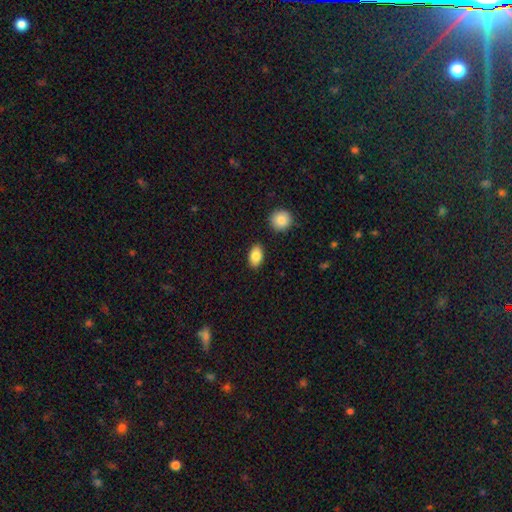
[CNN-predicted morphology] Q: Smooth or featured?
A: smooth (85%); runner-up: featured or disk (8%)
Q: How rounded?
A: in between (89%); runner-up: round (9%)
Q: Merging?
A: none (86%); runner-up: minor disturbance (9%)